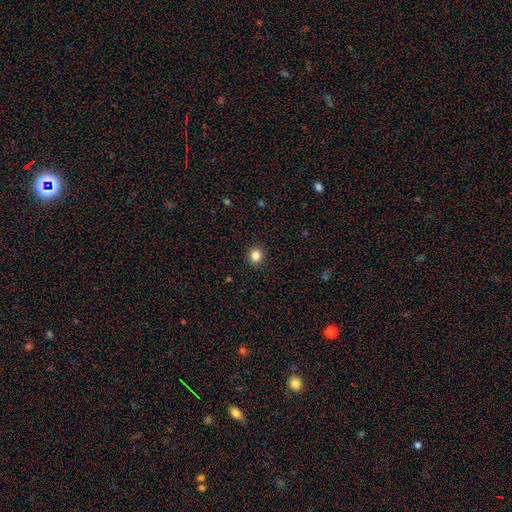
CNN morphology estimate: Smooth or featured: smooth — 84% (star or artifact — 12%)
How rounded: round — 92% (in between — 7%)
Merging: none — 93% (minor disturbance — 5%)